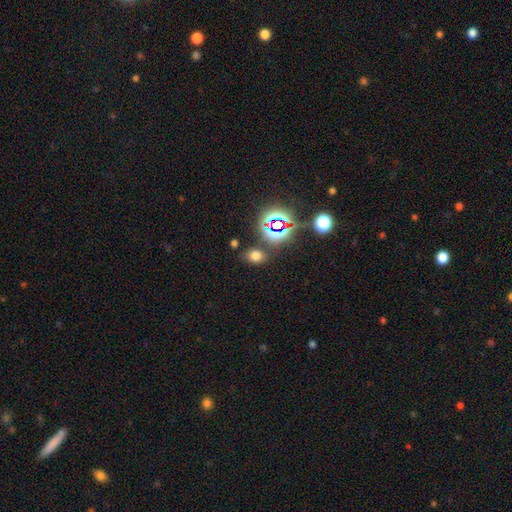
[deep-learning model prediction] A smooth galaxy with no disk features (64%) that is in between round and cigar-shaped (66%). Merging: none (78%).